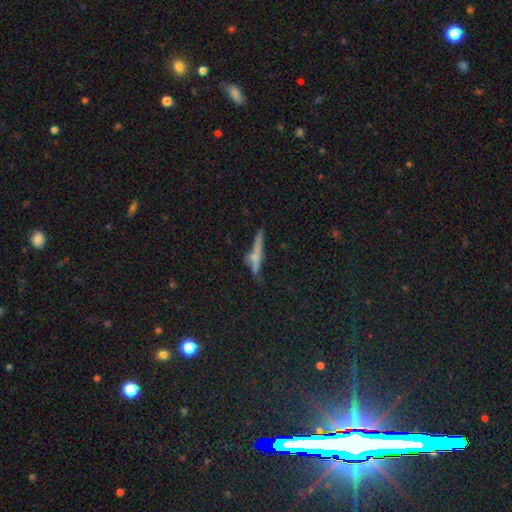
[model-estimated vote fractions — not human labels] The model was most divided on "smooth or featured": smooth: 41%, featured or disk: 40%, star or artifact: 19%. More confident: merging — none (59%).